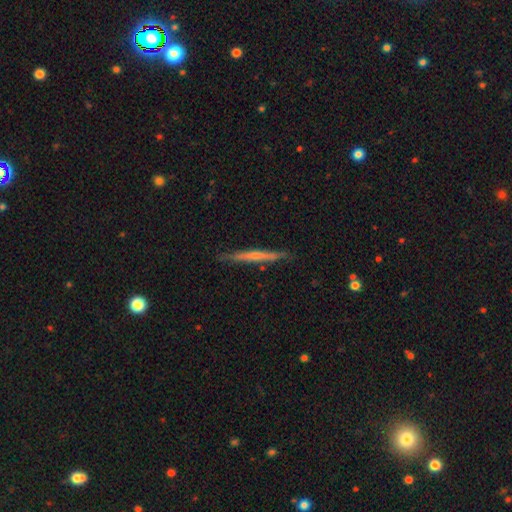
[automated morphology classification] This is possibly a featured or disk galaxy (51%). It is clearly viewed edge-on (96%). Merging: clearly none (87%).